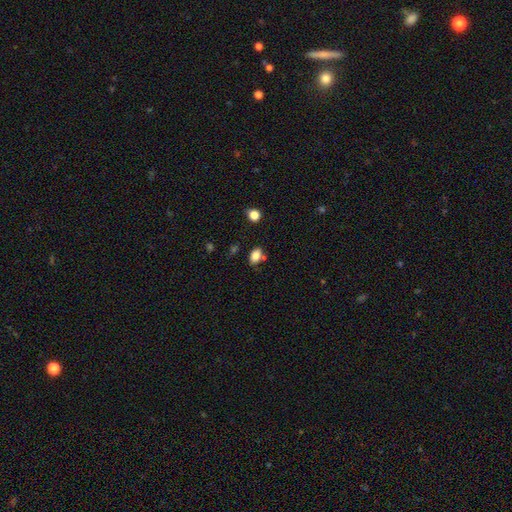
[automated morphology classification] smooth-or-featured: smooth: 83% | star or artifact: 10% | featured or disk: 7%
  how-rounded: in between: 85% | round: 13% | cigar-shaped: 2%
  merging: none: 72% | minor disturbance: 15% | merger: 10% | major disturbance: 3%